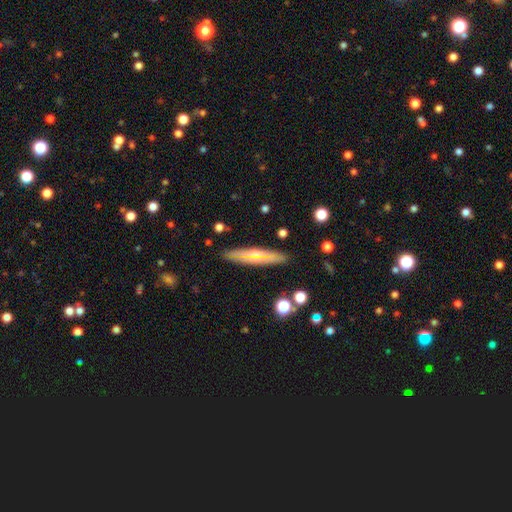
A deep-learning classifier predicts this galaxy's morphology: The model was most divided on "smooth or featured": featured or disk: 55%, smooth: 37%, star or artifact: 8%. More confident: merging — none (84%); edge-on disk — yes (78%).